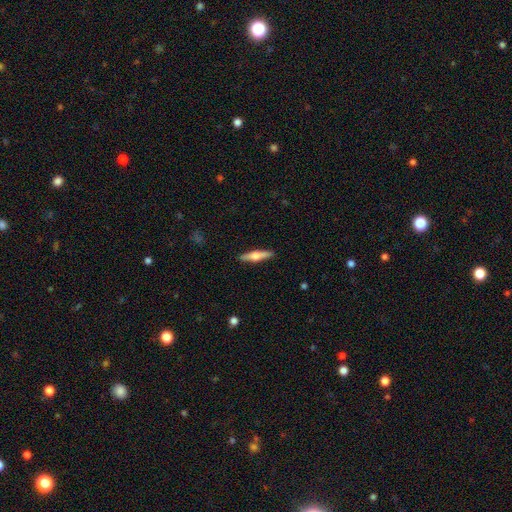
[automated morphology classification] Smooth or featured? featured or disk (49%)
Merging? none (90%)